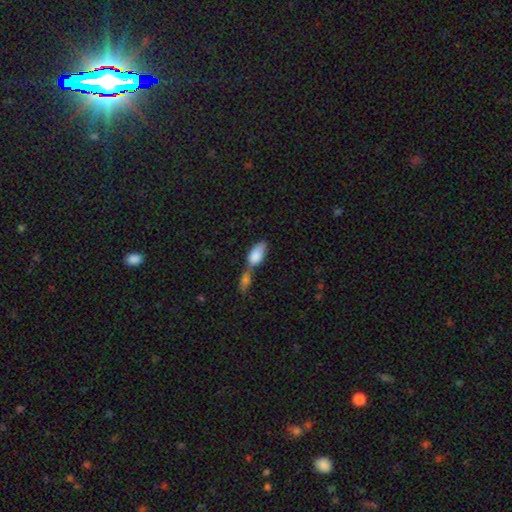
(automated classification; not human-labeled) A smooth galaxy with no disk features (83%) that is in between round and cigar-shaped (88%). Merging: merger (64%).